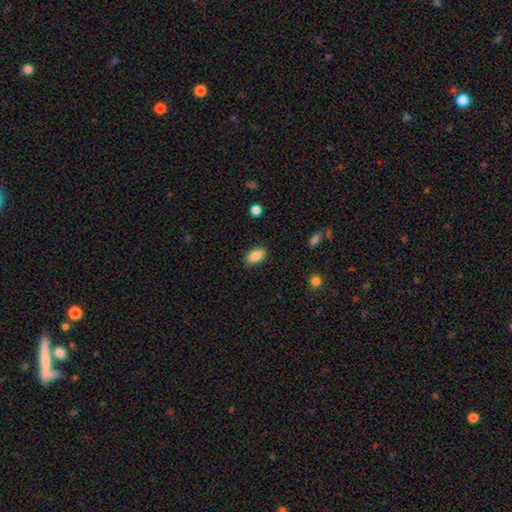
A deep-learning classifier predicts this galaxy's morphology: Overall: smooth (88%). How rounded: in between (92%). Merging: none (86%).